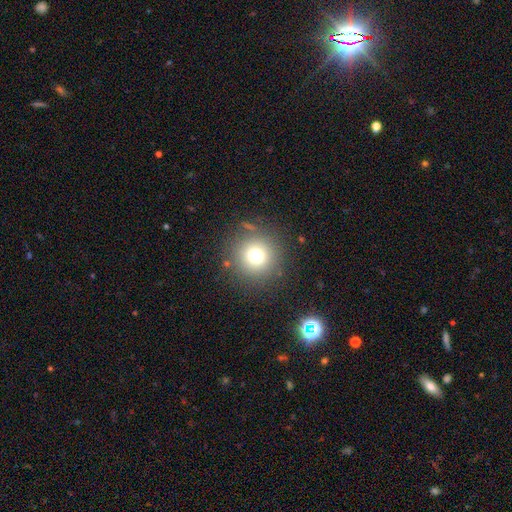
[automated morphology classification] Q: Smooth or featured?
A: smooth (72%); runner-up: star or artifact (17%)
Q: How rounded?
A: round (95%); runner-up: in between (4%)
Q: Merging?
A: none (85%); runner-up: minor disturbance (8%)